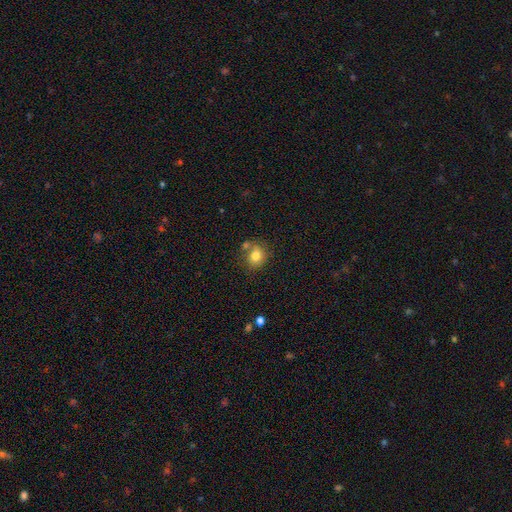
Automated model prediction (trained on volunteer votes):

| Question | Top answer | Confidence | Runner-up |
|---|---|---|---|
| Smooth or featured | smooth | 80% | star or artifact (10%) |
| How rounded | round | 72% | in between (28%) |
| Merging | none | 59% | merger (20%) |